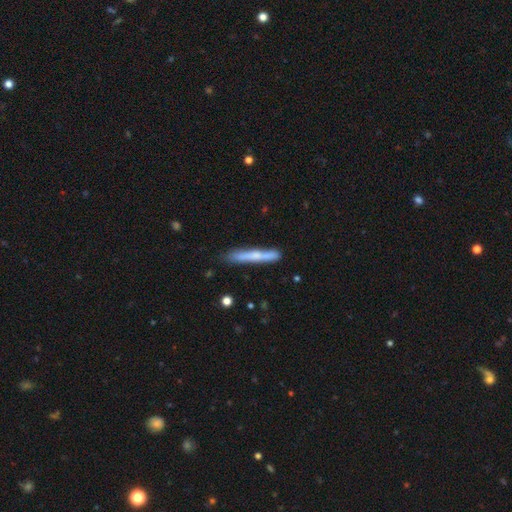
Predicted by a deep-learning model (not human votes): Overall: smooth (58%; featured or disk 36%). How rounded: cigar-shaped (95%). Merging: none (81%).